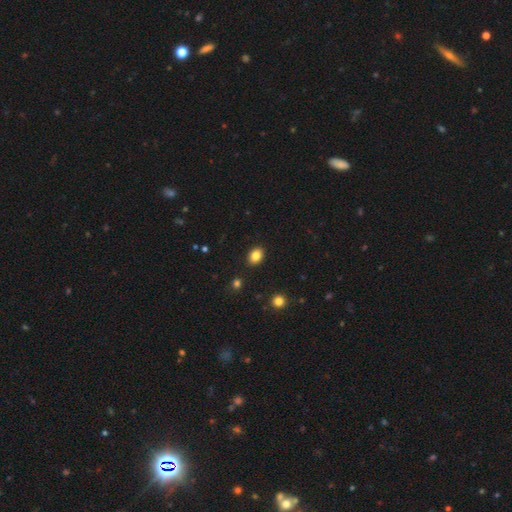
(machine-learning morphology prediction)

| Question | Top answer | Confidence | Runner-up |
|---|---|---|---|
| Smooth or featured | smooth | 84% | star or artifact (10%) |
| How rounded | in between | 58% | round (41%) |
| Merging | none | 90% | minor disturbance (7%) |